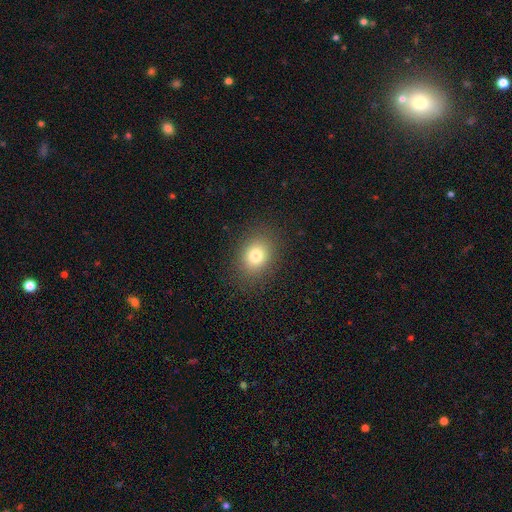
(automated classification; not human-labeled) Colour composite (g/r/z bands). It shows a smooth galaxy with no disk features (78%) that is in between round and cigar-shaped (51%). Merging: none (87%).